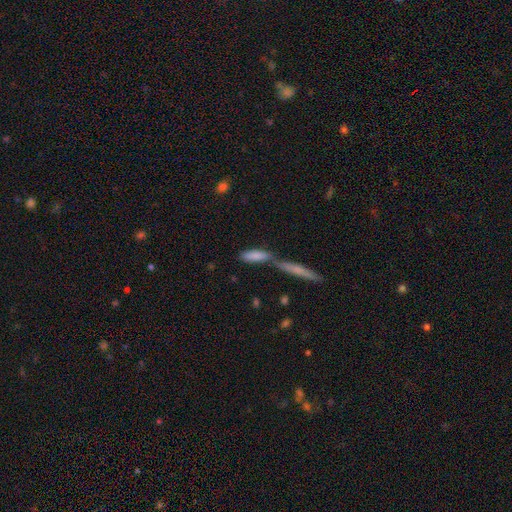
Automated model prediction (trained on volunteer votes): Q: Smooth or featured?
A: smooth (78%); runner-up: featured or disk (15%)
Q: How rounded?
A: cigar-shaped (59%); runner-up: in between (39%)
Q: Merging?
A: merger (46%); runner-up: none (39%)